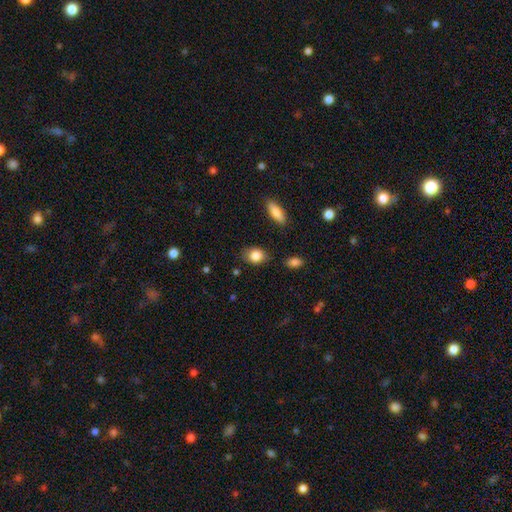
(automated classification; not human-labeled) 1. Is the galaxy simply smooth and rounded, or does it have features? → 84% smooth, 8% star or artifact, 8% featured or disk.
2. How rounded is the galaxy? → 63% in between, 35% round, 2% cigar-shaped.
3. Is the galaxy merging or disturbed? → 75% none, 19% minor disturbance, 4% major disturbance, 2% merger.